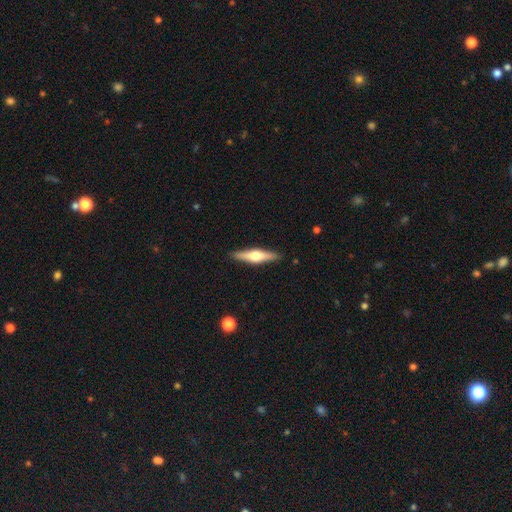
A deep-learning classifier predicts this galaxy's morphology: type=featured or disk (59%); edge-on=yes (96%); edge-on bulge=rounded (93%); merging=none (90%).